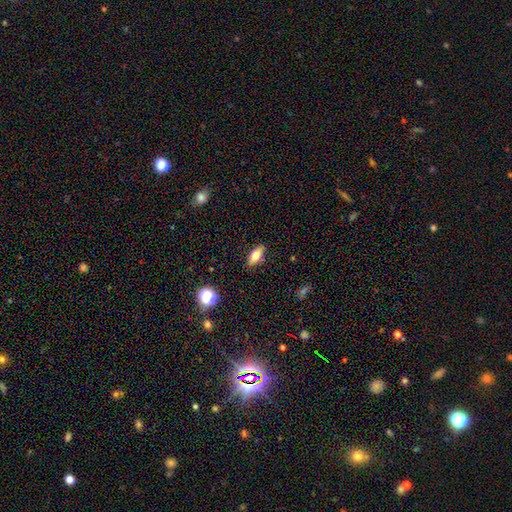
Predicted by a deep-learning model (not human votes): A smooth galaxy with no disk features (65%) that is in between round and cigar-shaped (76%). Merging: none (88%).